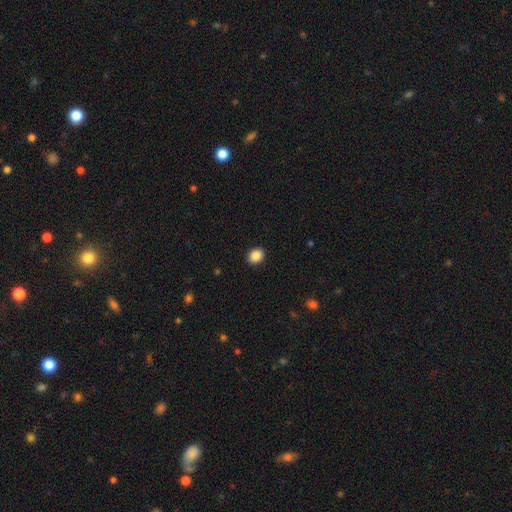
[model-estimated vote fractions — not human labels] Smooth or featured: smooth — 88% (star or artifact — 9%)
How rounded: round — 50% (in between — 49%)
Merging: none — 91% (minor disturbance — 6%)